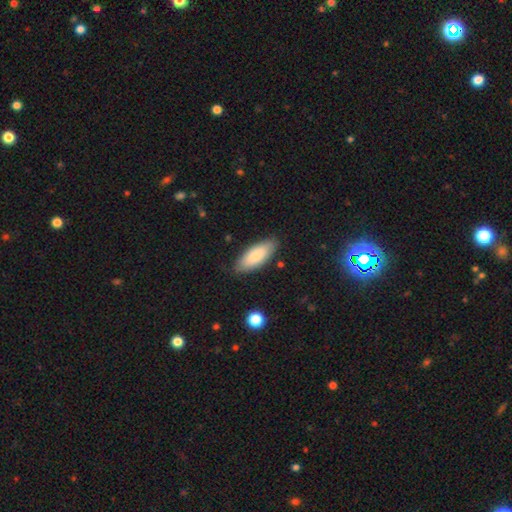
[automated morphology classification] Smooth or featured: smooth — 79% (featured or disk — 15%)
How rounded: in between — 80% (cigar-shaped — 18%)
Merging: none — 84% (minor disturbance — 12%)